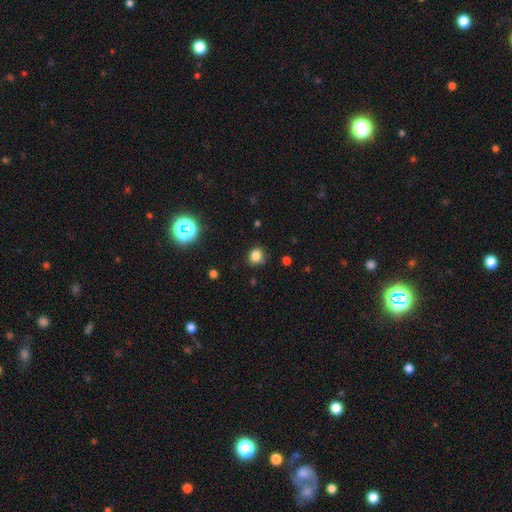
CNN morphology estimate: smooth_or_featured: smooth (p=0.80) [alt: star or artifact p=0.15]
how_rounded: round (p=0.76) [alt: in between p=0.23]
merging: none (p=0.79) [alt: minor disturbance p=0.16]